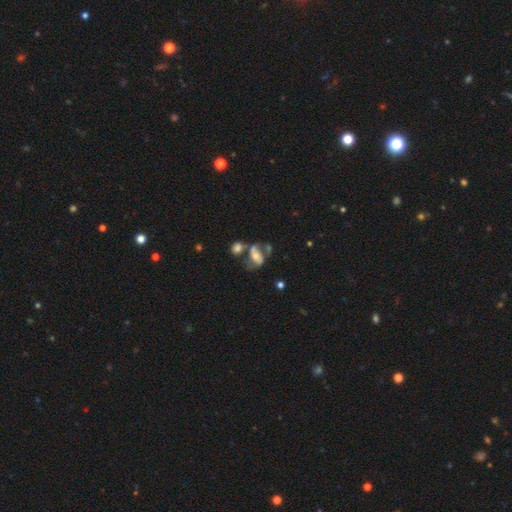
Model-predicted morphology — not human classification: A featured or disk galaxy (57%) with no bar (48%), spiral arms (67%) and a moderate central bulge (58%).

Vote fractions:
- Smooth or featured? featured or disk: 57% / smooth: 34% / star or artifact: 10%
- Edge-on disk? no: 95% / yes: 5%
- Bar? no: 48% / weak: 30% / strong: 22%
- Spiral arms? yes: 67% / no: 33%
- Bulge size? moderate: 58% / small: 29% / large: 7% / none: 4% / dominant: 2%
- Merging? merger: 34% / none: 32% / minor disturbance: 17% / major disturbance: 17%